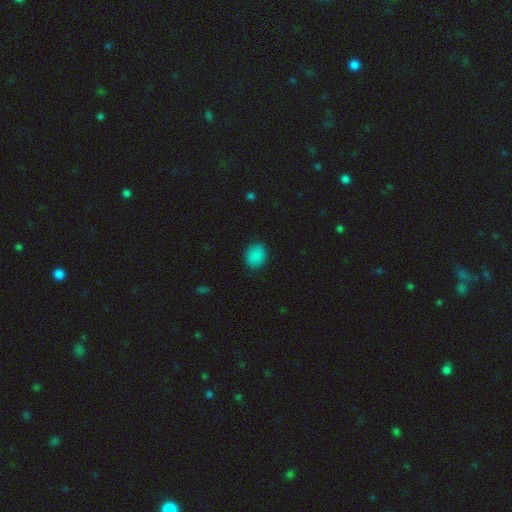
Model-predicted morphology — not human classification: Q: Smooth or featured?
A: smooth (87%); runner-up: star or artifact (9%)
Q: How rounded?
A: round (56%); runner-up: in between (43%)
Q: Merging?
A: none (88%); runner-up: minor disturbance (9%)